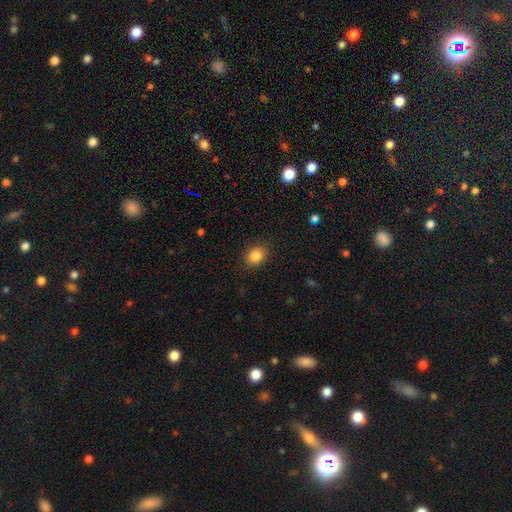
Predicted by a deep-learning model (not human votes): A smooth galaxy with no disk features (85%) that is in between round and cigar-shaped (52%).

Vote fractions:
- Smooth or featured? smooth: 85% / star or artifact: 10% / featured or disk: 5%
- How rounded? in between: 52% / round: 47% / cigar-shaped: 1%
- Merging? none: 87% / minor disturbance: 9% / major disturbance: 3% / merger: 1%